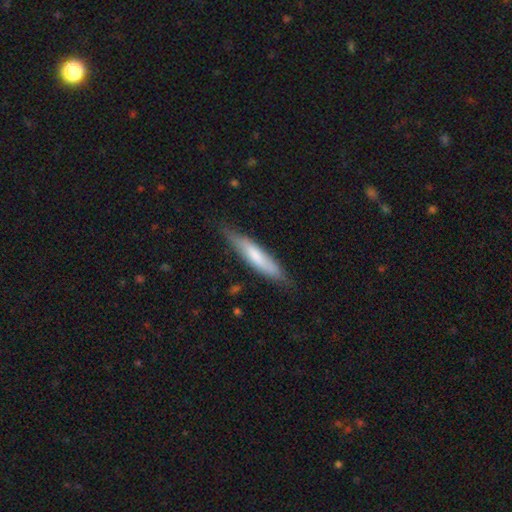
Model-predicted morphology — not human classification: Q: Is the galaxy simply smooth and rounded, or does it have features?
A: smooth — 65%.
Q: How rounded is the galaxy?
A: cigar-shaped — 83%.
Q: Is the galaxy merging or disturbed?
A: none — 75%.